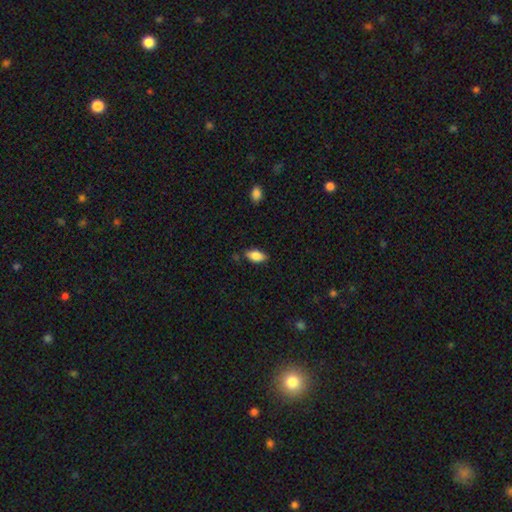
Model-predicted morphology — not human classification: The model was most divided on "merging": none: 80%, minor disturbance: 15%, major disturbance: 3%, merger: 2%. More confident: how rounded — in between (89%); smooth or featured — smooth (82%).